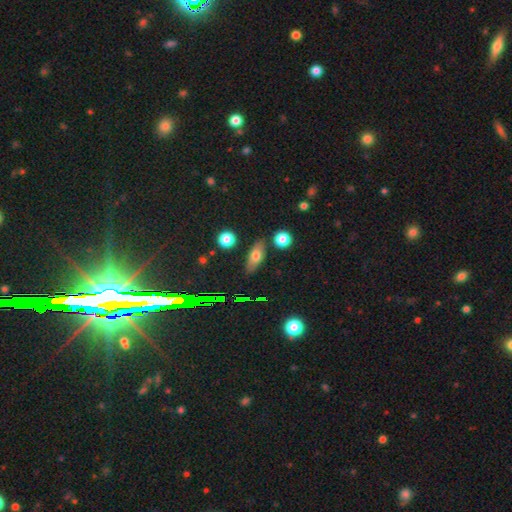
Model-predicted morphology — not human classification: Smooth or featured? smooth (65%)
How rounded? in between (69%)
Merging? none (81%)